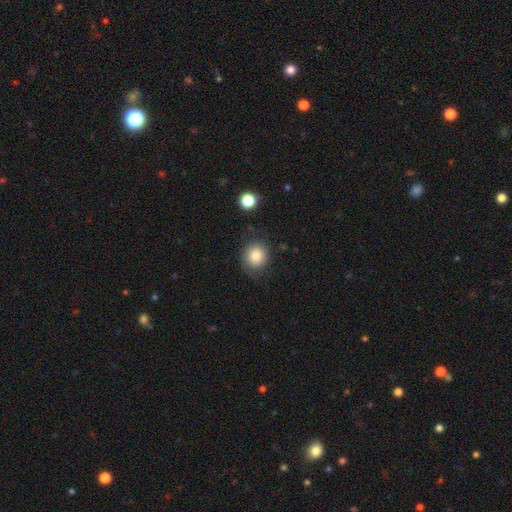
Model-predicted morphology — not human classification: A smooth galaxy with no disk features (81%) that is round (88%).

Vote fractions:
- Smooth or featured? smooth: 81% / star or artifact: 10% / featured or disk: 10%
- How rounded? round: 88% / in between: 11% / cigar-shaped: 1%
- Merging? none: 76% / minor disturbance: 15% / major disturbance: 6% / merger: 3%